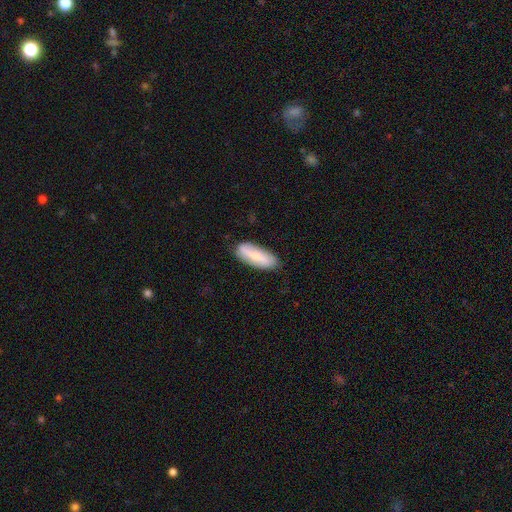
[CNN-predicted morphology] Smooth or featured? smooth (60%)
How rounded? in between (64%)
Merging? none (83%)